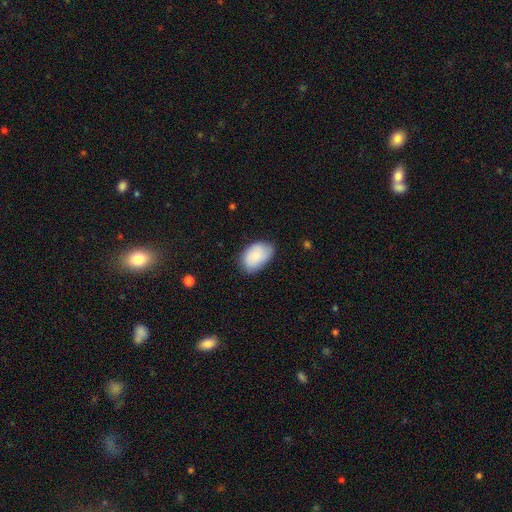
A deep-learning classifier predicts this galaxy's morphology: This is clearly a smooth galaxy (85%). How rounded: clearly in between (91%). Merging: likely none (73%).